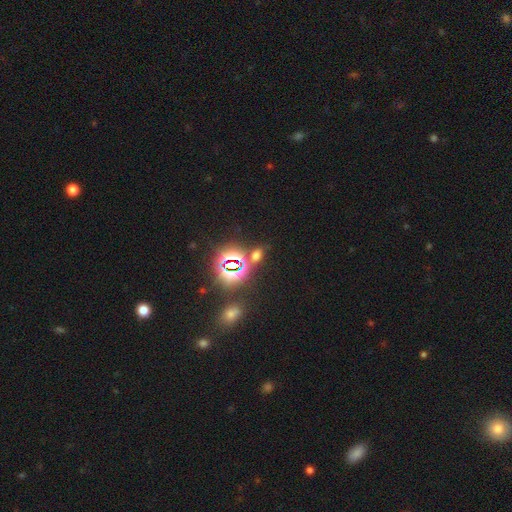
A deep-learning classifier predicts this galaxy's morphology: smooth_or_featured: star or artifact (p=0.50) [alt: smooth p=0.41]